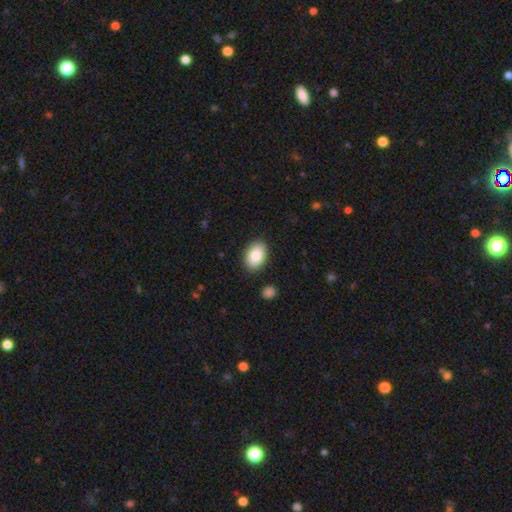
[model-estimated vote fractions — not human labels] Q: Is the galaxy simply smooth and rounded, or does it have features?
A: smooth — 85%.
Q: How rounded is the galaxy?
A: in between — 86%.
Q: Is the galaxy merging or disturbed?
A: none — 88%.